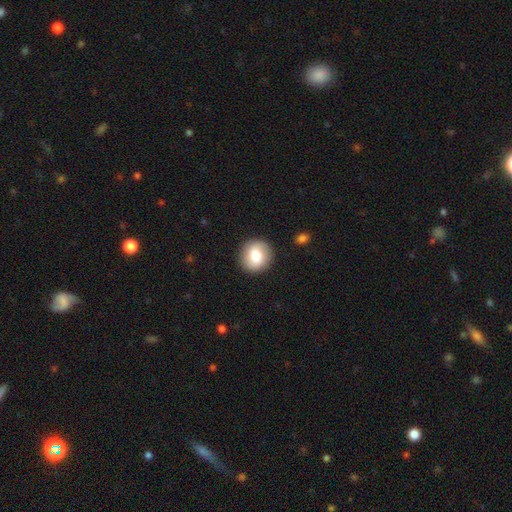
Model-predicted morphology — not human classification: The model was most divided on "smooth or featured": smooth: 75%, featured or disk: 18%, star or artifact: 7%. More confident: merging — none (88%); how rounded — round (85%).